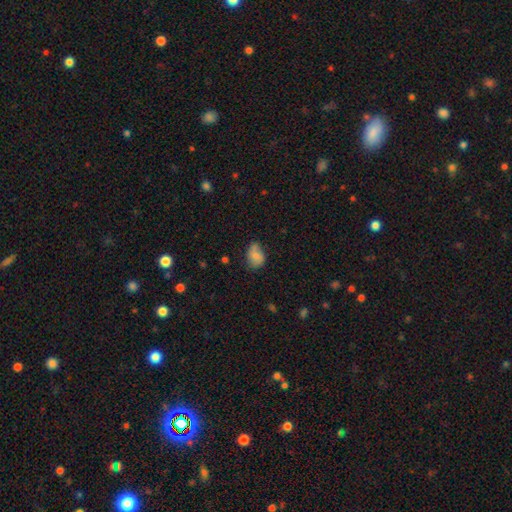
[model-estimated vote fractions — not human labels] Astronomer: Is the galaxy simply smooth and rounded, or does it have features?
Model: smooth — 74%.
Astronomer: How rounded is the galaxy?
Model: in between — 76%.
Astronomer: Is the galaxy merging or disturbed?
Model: none — 58%.